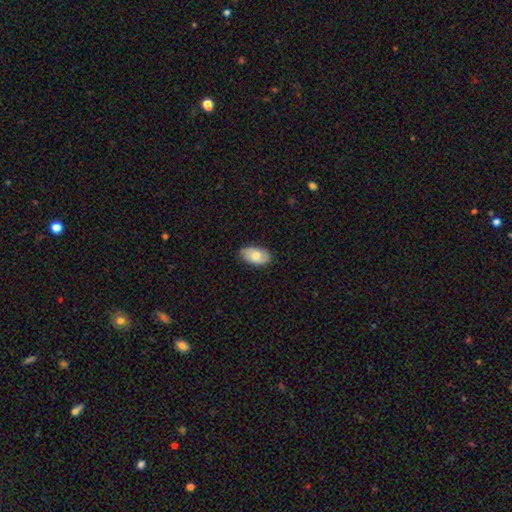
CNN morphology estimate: smooth 65%, featured or disk 29%, star or artifact 6%. Down the decision tree: how rounded — in between (93%); merging — none (82%).